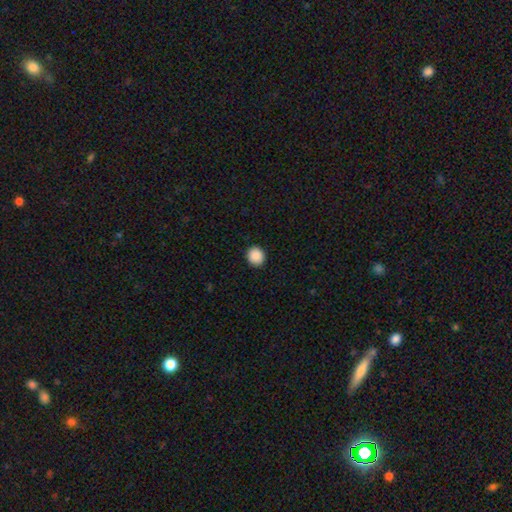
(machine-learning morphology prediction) A smooth galaxy with no disk features (89%) that is round (84%). Merging: none (92%).